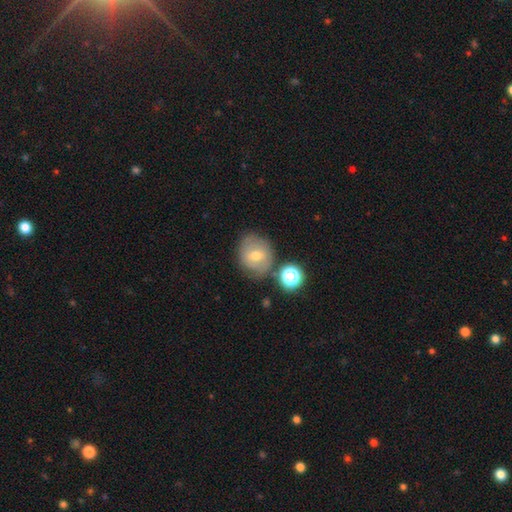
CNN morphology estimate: A smooth galaxy with no disk features (59%) that is round (72%). Merging: none (69%).